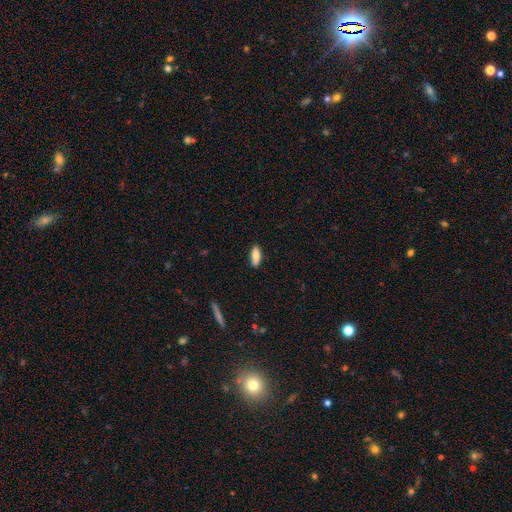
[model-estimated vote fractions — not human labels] Smooth or featured?
  - smooth: 80% *
  - featured or disk: 13%
  - star or artifact: 7%
How rounded?
  - in between: 70% *
  - cigar-shaped: 27%
  - round: 2%
Merging?
  - none: 84% *
  - minor disturbance: 12%
  - major disturbance: 2%
  - merger: 2%